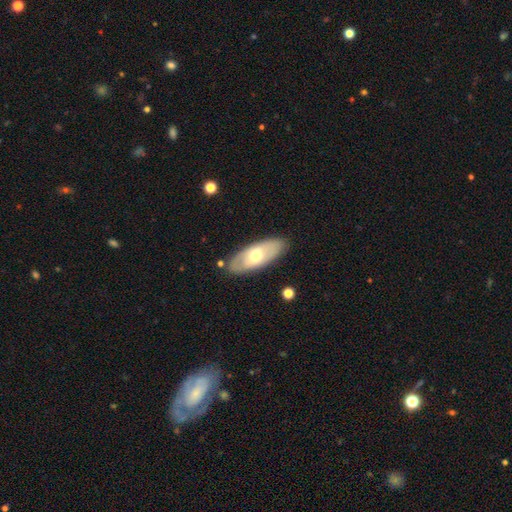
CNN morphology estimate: This is possibly a smooth galaxy (51%). How rounded: clearly in between (80%). Merging: clearly none (84%).